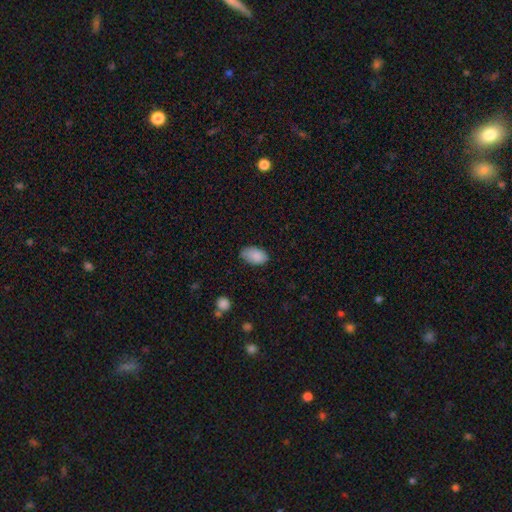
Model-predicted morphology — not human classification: Smooth or featured? smooth (88%)
How rounded? in between (93%)
Merging? none (72%)